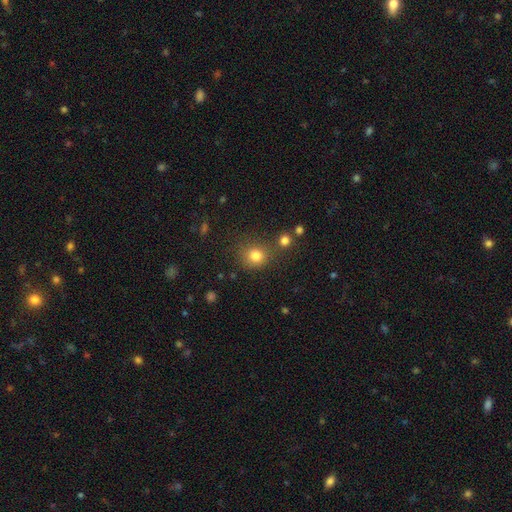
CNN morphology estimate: A smooth galaxy with no disk features (80%) that is round (83%).

Vote fractions:
- Smooth or featured? smooth: 80% / star or artifact: 14% / featured or disk: 6%
- How rounded? round: 83% / in between: 16% / cigar-shaped: 1%
- Merging? none: 72% / minor disturbance: 12% / merger: 11% / major disturbance: 5%